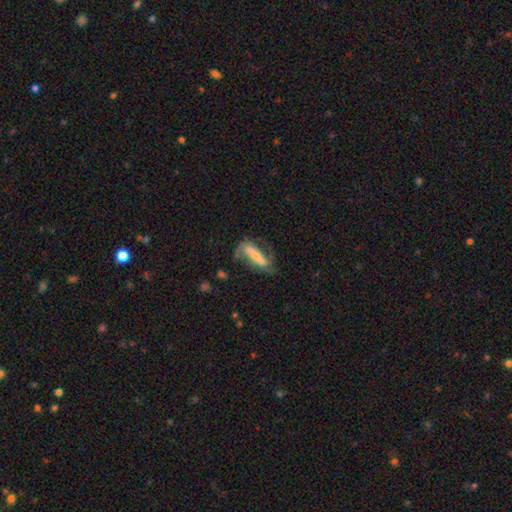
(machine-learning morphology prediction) Smooth or featured?
  - featured or disk: 72% *
  - smooth: 22%
  - star or artifact: 7%
Edge-on disk?
  - no: 86% *
  - yes: 14%
Bar?
  - strong: 61% *
  - weak: 22%
  - no: 17%
Spiral arms?
  - yes: 89% *
  - no: 11%
Spiral winding?
  - loose: 48% *
  - medium: 37%
  - tight: 15%
Spiral arm count?
  - 2: 84% *
  - 1: 8%
  - can't tell: 5%
  - 3: 1%
  - 4: 1%
  - more than 4: 1%
Bulge size?
  - small: 49% *
  - moderate: 26%
  - none: 14%
  - large: 8%
  - dominant: 3%
Merging?
  - none: 55% *
  - major disturbance: 22%
  - minor disturbance: 20%
  - merger: 3%